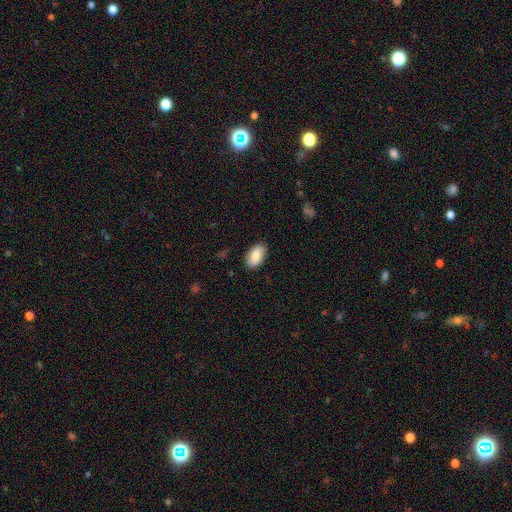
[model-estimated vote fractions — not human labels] Smooth or featured?
  - smooth: 84% *
  - featured or disk: 10%
  - star or artifact: 6%
How rounded?
  - in between: 94% *
  - round: 4%
  - cigar-shaped: 1%
Merging?
  - none: 87% *
  - minor disturbance: 9%
  - major disturbance: 2%
  - merger: 1%